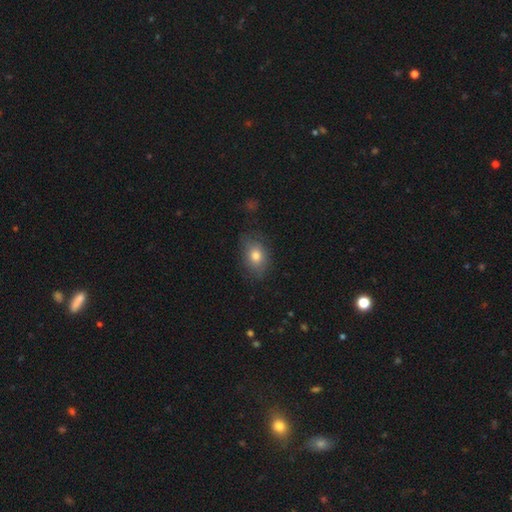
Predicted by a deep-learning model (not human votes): Smooth or featured? Predicted: smooth (p=0.78). How rounded? Predicted: in between (p=0.72). Merging? Predicted: none (p=0.73).